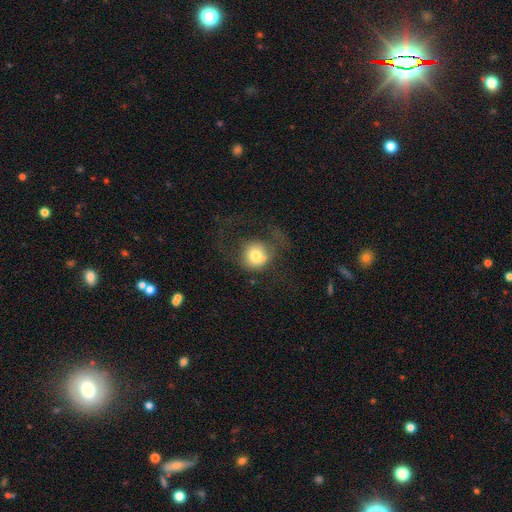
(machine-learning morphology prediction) Overall: smooth (74%). How rounded: round (84%). Merging: none (40%; major disturbance 37%).